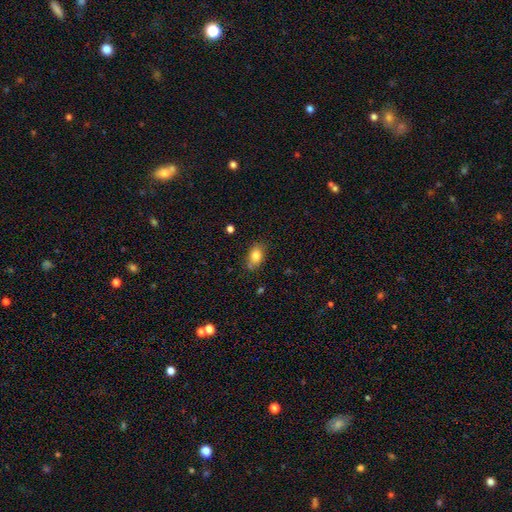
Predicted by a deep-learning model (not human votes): Smooth or featured? Predicted: smooth (p=0.82). How rounded? Predicted: in between (p=0.80). Merging? Predicted: none (p=0.76).